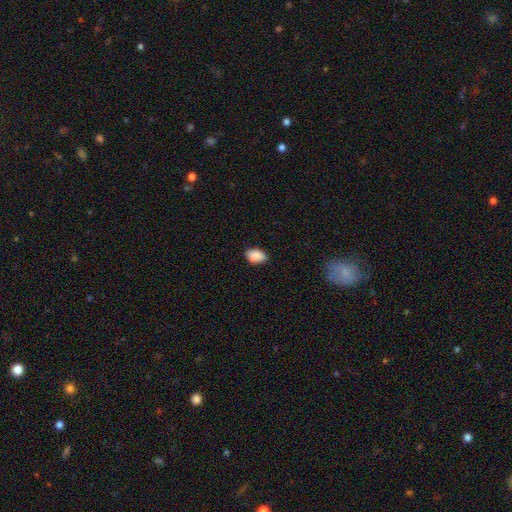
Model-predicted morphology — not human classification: Smooth or featured? Predicted: smooth (p=0.89). How rounded? Predicted: in between (p=0.87). Merging? Predicted: none (p=0.79).